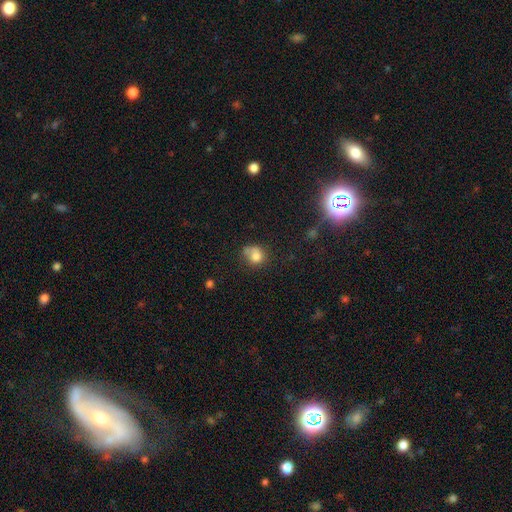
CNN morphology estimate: The model was most divided on "merging": none: 43%, minor disturbance: 25%, merger: 19%, major disturbance: 12%. More confident: smooth or featured — smooth (77%); how rounded — round (70%).